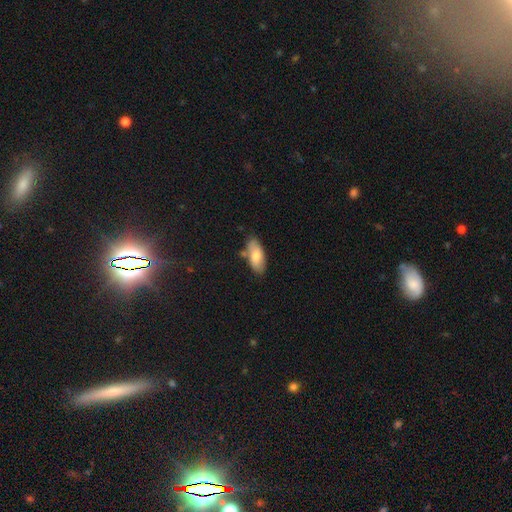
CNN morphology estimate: Smooth or featured? smooth (78%)
How rounded? in between (88%)
Merging? none (68%)